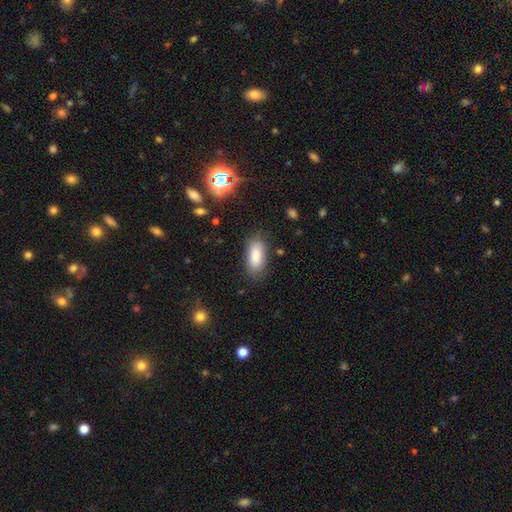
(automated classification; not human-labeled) Smooth or featured: smooth — 86% (star or artifact — 8%)
How rounded: in between — 85% (cigar-shaped — 12%)
Merging: none — 81% (minor disturbance — 14%)